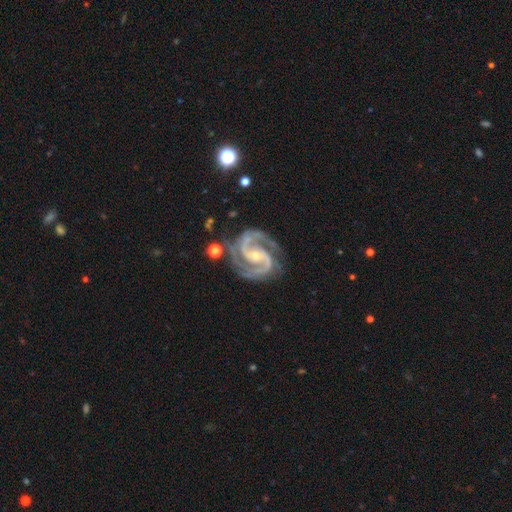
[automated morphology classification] Q: Smooth or featured?
A: featured or disk (94%); runner-up: star or artifact (4%)
Q: Edge-on disk?
A: no (98%); runner-up: yes (2%)
Q: Bar?
A: no (43%); runner-up: weak (33%)
Q: Spiral arms?
A: yes (99%); runner-up: no (1%)
Q: Spiral winding?
A: medium (56%); runner-up: tight (38%)
Q: Spiral arm count?
A: 2 (88%); runner-up: 3 (7%)
Q: Bulge size?
A: small (66%); runner-up: moderate (31%)
Q: Merging?
A: none (77%); runner-up: minor disturbance (16%)